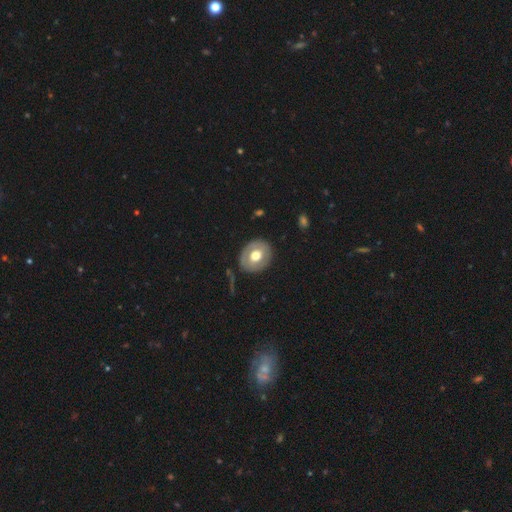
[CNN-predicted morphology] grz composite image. It shows a smooth galaxy with no disk features (53%) that is round (60%). Merging: none (84%).